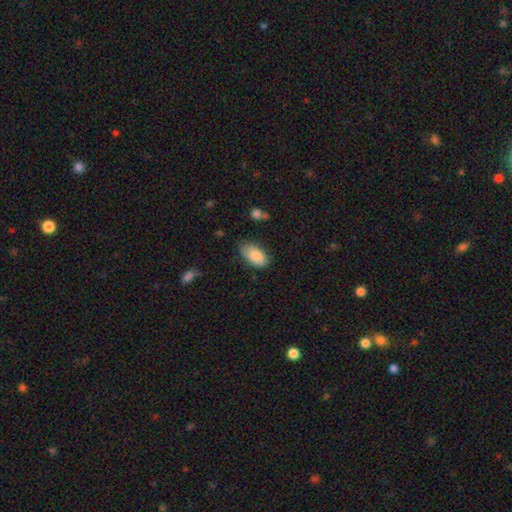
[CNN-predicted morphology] This is clearly a smooth galaxy (86%). How rounded: clearly in between (95%). Merging: likely none (72%).